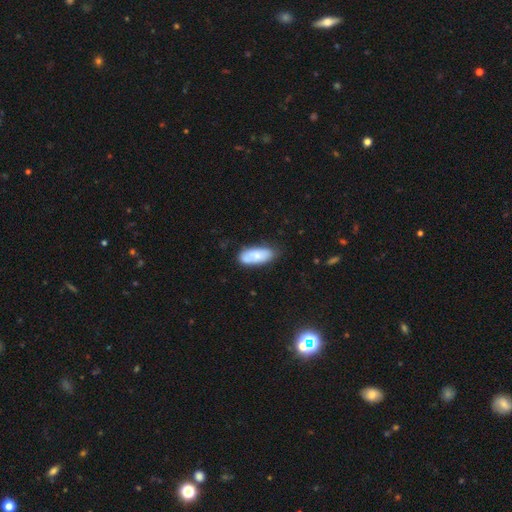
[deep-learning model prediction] This appears to be a smooth galaxy with no disk features (69%) that is in between round and cigar-shaped (86%). Merging: none (65%).